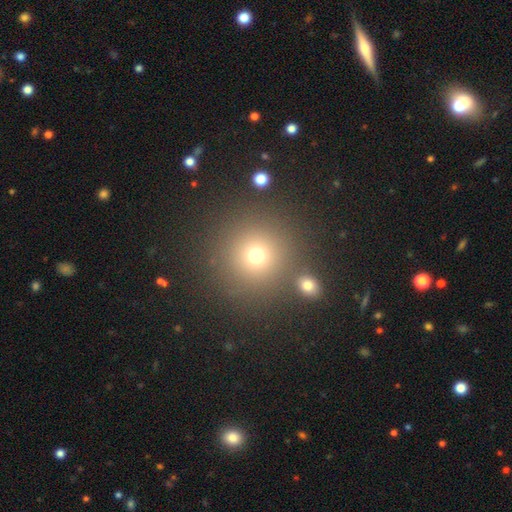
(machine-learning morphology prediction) Q: Smooth or featured?
A: smooth (72%); runner-up: star or artifact (19%)
Q: How rounded?
A: round (94%); runner-up: in between (5%)
Q: Merging?
A: none (82%); runner-up: merger (8%)